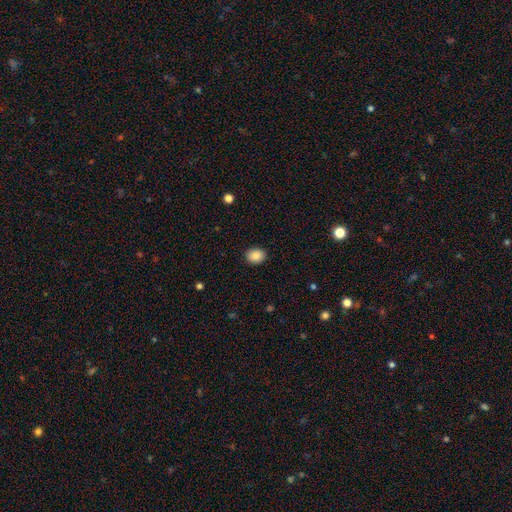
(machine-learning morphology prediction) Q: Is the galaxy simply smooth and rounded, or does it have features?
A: smooth — 88%.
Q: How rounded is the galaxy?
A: round — 50%.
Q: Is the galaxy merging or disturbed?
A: none — 90%.